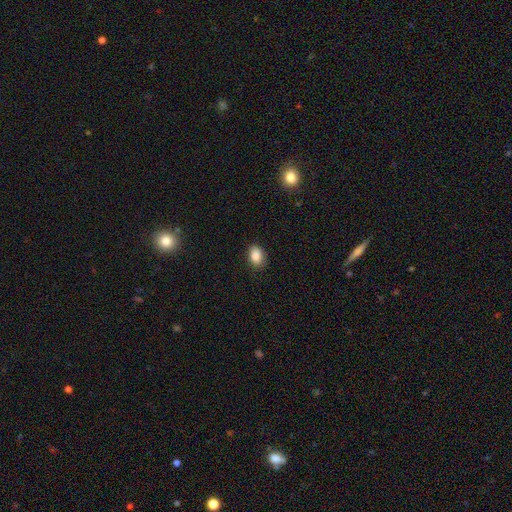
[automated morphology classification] This appears to be a smooth galaxy with no disk features (88%) that is in between round and cigar-shaped (82%). Merging: none (83%).